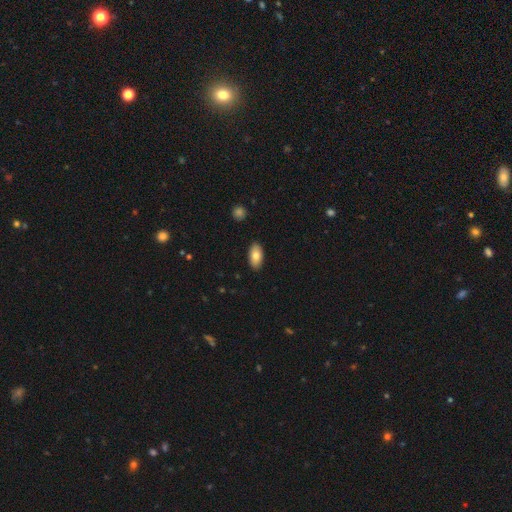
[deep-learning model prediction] This appears to be a smooth galaxy with no disk features (82%) that is in between round and cigar-shaped (93%). Merging: none (89%).